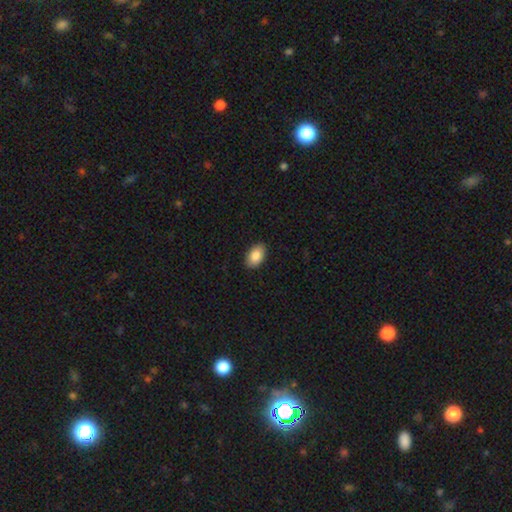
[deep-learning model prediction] This is clearly a smooth galaxy (88%). How rounded: clearly in between (93%). Merging: clearly none (90%).